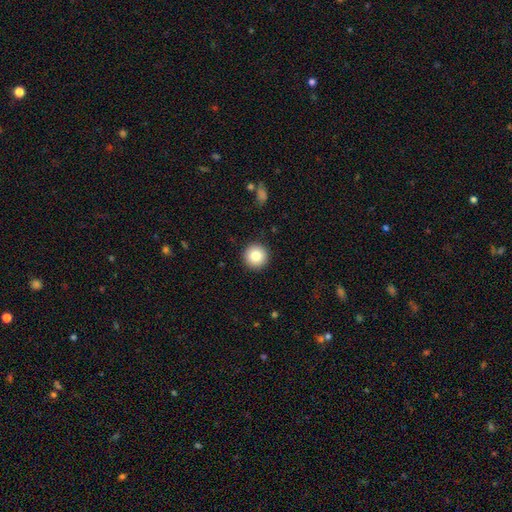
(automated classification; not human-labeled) This appears to be a smooth galaxy with no disk features (83%) that is round (96%). Merging: none (92%).